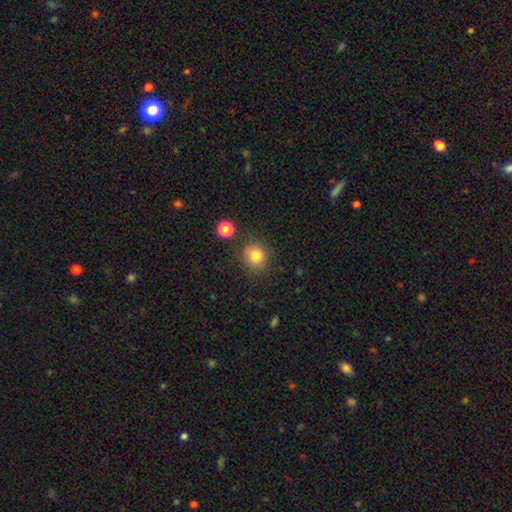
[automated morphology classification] smooth 82%, star or artifact 12%, featured or disk 6%. Down the decision tree: how rounded — round (87%); merging — none (83%).